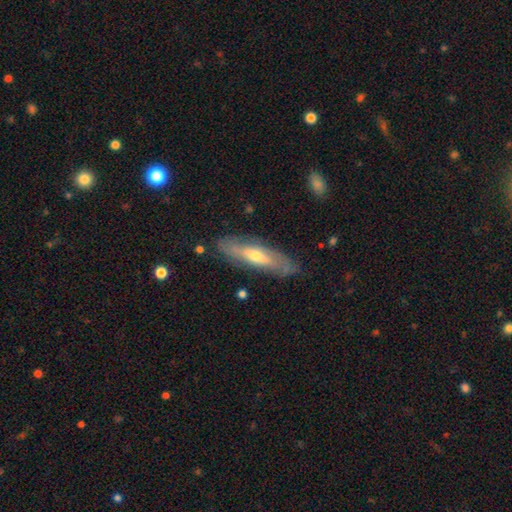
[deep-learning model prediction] A featured or disk galaxy (55%) viewed edge-on (50%, tied with no). Merging: none (80%).